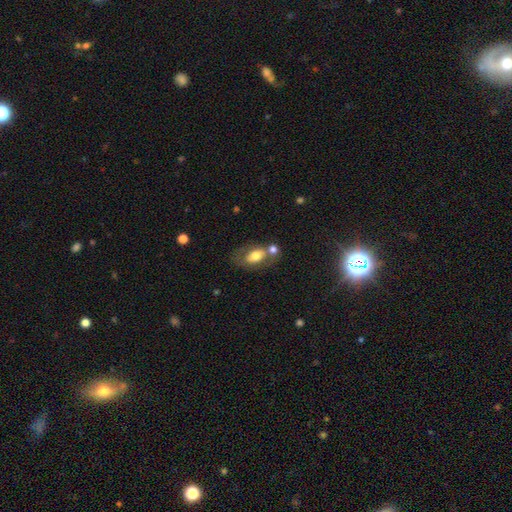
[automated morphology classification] Overall: smooth (63%; featured or disk 29%). How rounded: in between (86%). Merging: none (45%; merger 30%).